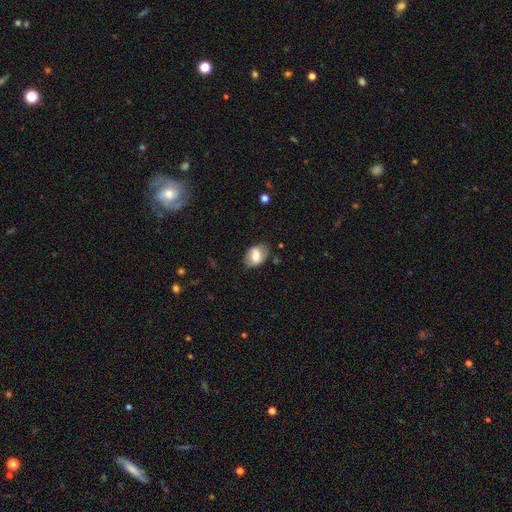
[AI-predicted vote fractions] The model was most divided on "smooth or featured": smooth: 62%, featured or disk: 30%, star or artifact: 7%. More confident: how rounded — in between (82%); merging — none (72%).